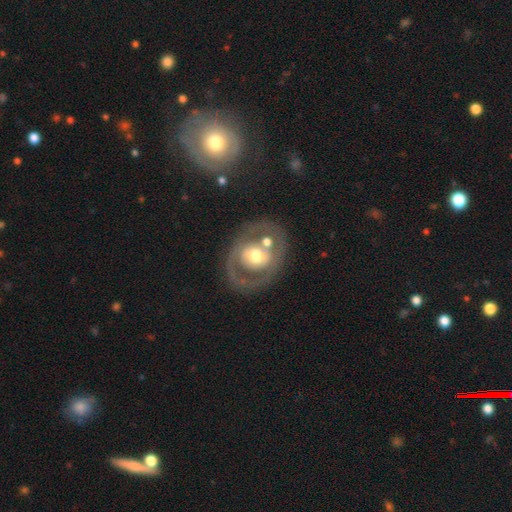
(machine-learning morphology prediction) A featured or disk galaxy (62%) with no bar (77%), no spiral arms (76%) and a moderate central bulge (63%).

Vote fractions:
- Smooth or featured? featured or disk: 62% / smooth: 32% / star or artifact: 6%
- Edge-on disk? no: 94% / yes: 6%
- Bar? no: 77% / weak: 16% / strong: 7%
- Spiral arms? no: 76% / yes: 24%
- Bulge size? moderate: 63% / large: 25% / small: 8% / dominant: 2% / none: 1%
- Merging? none: 62% / minor disturbance: 15% / merger: 12% / major disturbance: 11%